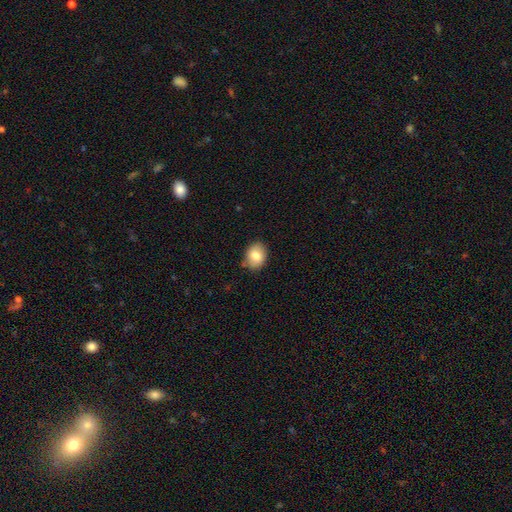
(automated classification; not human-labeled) The model was most divided on "how rounded": in between: 60%, round: 39%, cigar-shaped: 1%. More confident: merging — none (82%); smooth or featured — smooth (81%).